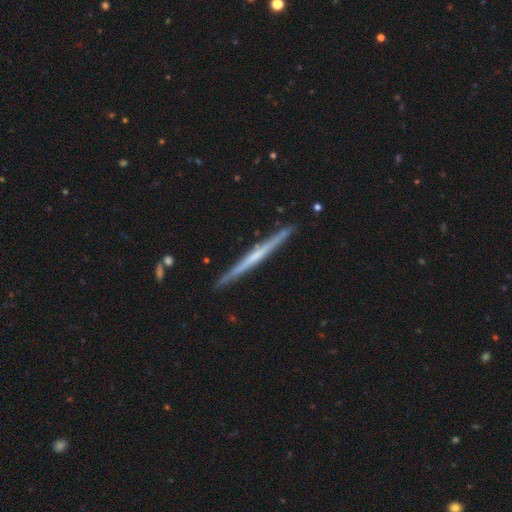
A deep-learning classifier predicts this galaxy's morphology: The model was most divided on "smooth or featured": featured or disk: 65%, smooth: 30%, star or artifact: 5%. More confident: edge-on disk — yes (98%); merging — none (91%); edge-on bulge — none (75%).